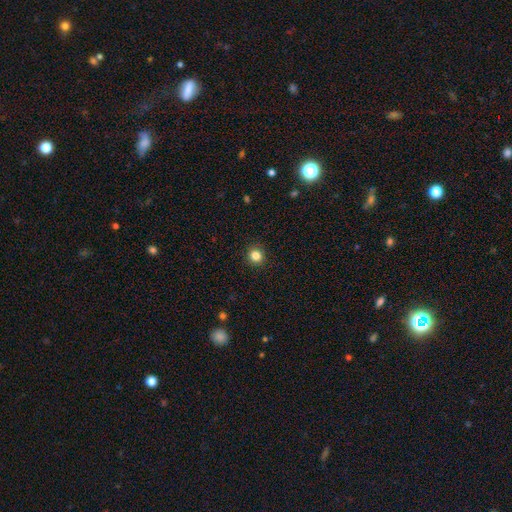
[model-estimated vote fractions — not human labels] The model was most divided on "smooth or featured": smooth: 83%, star or artifact: 12%, featured or disk: 5%. More confident: merging — none (92%); how rounded — round (91%).